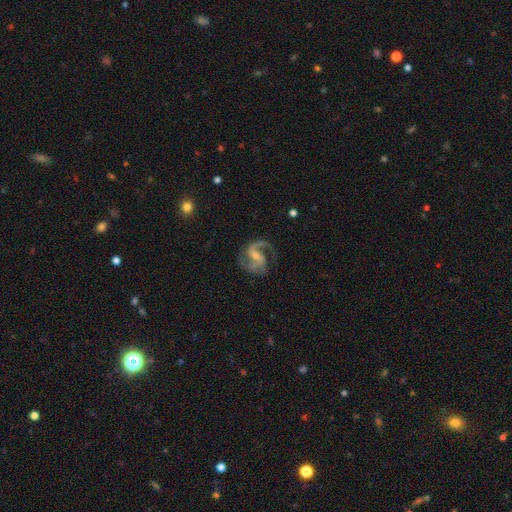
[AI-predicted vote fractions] Overall: featured or disk (92%). Edge-on disk: no (98%). Bar: weak (47%; no 29%). Spiral arms: yes (98%). Spiral arm count: 2 (85%). Spiral winding: medium (60%; loose 28%). Bulge size: small (60%; moderate 32%). Merging: none (71%).